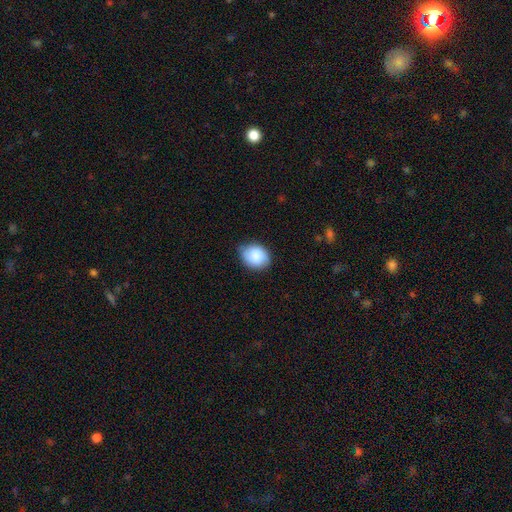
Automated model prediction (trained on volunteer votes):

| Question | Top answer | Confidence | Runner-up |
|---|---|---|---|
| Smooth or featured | smooth | 79% | featured or disk (13%) |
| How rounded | in between | 55% | round (44%) |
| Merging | none | 72% | minor disturbance (23%) |